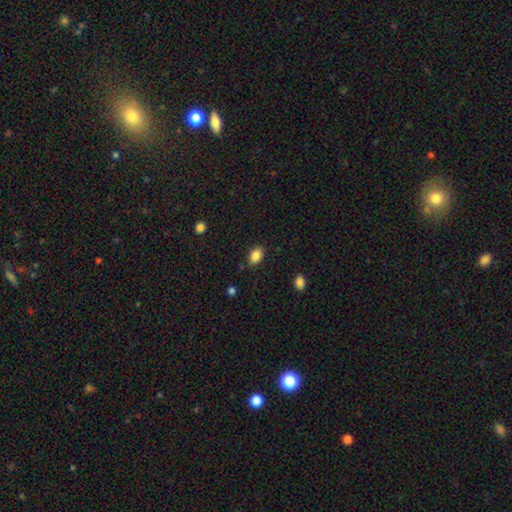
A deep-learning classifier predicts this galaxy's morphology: The model was most divided on "how rounded": in between: 81%, round: 18%, cigar-shaped: 1%. More confident: smooth or featured — smooth (87%); merging — none (82%).